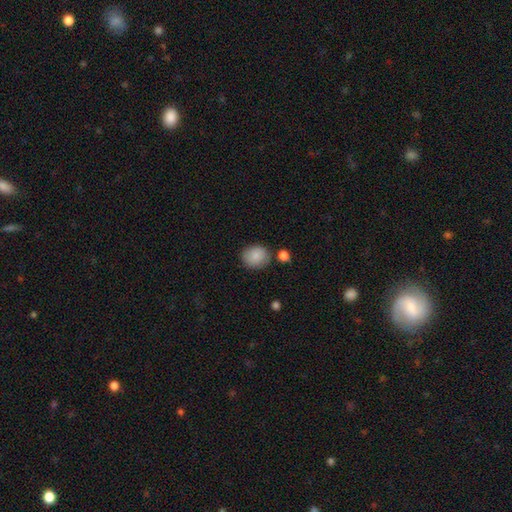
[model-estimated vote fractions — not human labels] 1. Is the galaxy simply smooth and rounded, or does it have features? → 87% smooth, 8% star or artifact, 5% featured or disk.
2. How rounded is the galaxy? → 68% round, 31% in between, 1% cigar-shaped.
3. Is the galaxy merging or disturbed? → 79% none, 13% minor disturbance, 5% merger, 3% major disturbance.